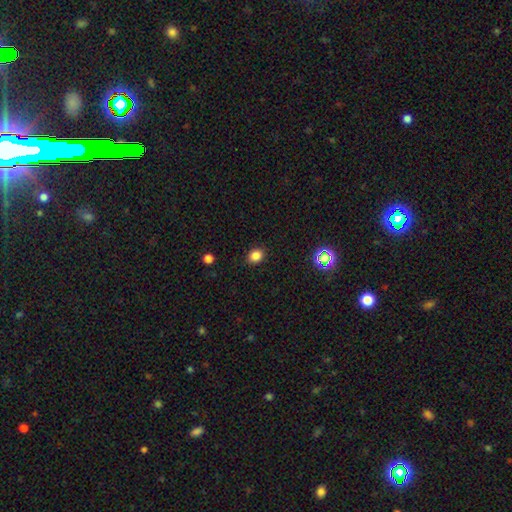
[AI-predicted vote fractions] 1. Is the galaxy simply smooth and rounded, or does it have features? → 84% smooth, 13% star or artifact, 4% featured or disk.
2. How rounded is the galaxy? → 55% round, 45% in between, 1% cigar-shaped.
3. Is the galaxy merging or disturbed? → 89% none, 8% minor disturbance, 2% major disturbance, 1% merger.